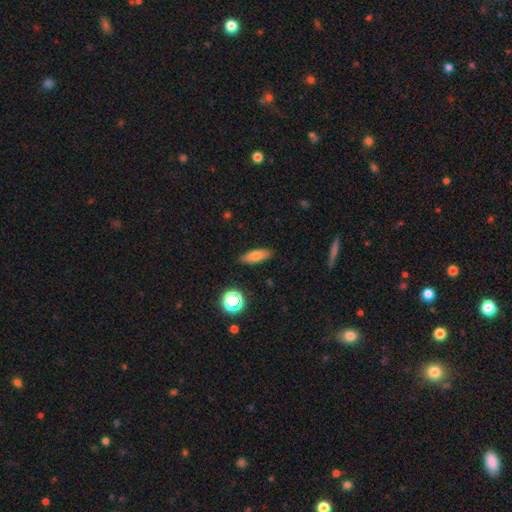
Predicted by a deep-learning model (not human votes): Q: Smooth or featured?
A: smooth (76%); runner-up: featured or disk (13%)
Q: How rounded?
A: in between (63%); runner-up: cigar-shaped (32%)
Q: Merging?
A: none (86%); runner-up: minor disturbance (10%)